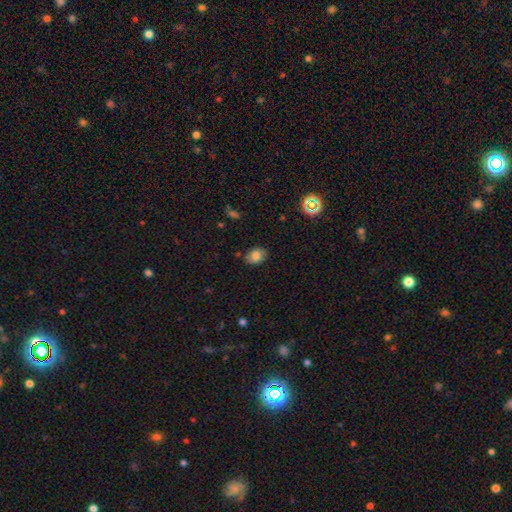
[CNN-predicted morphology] smooth-or-featured: smooth: 77% | featured or disk: 12% | star or artifact: 11%
  how-rounded: in between: 77% | round: 22% | cigar-shaped: 1%
  merging: none: 79% | minor disturbance: 16% | major disturbance: 3% | merger: 2%